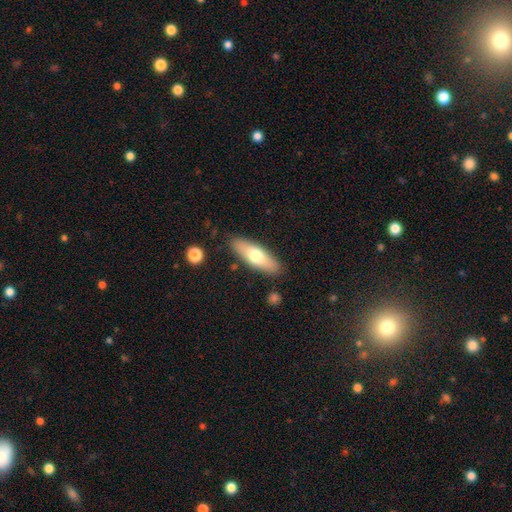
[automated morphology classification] The model was most divided on "how rounded": in between: 55%, cigar-shaped: 43%, round: 2%. More confident: merging — none (86%); smooth or featured — smooth (64%).